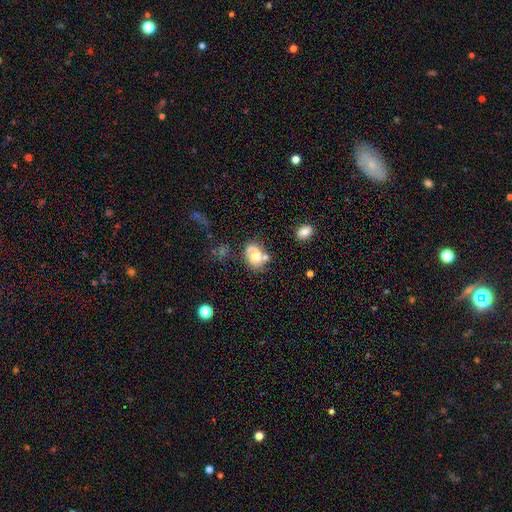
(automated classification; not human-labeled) smooth-or-featured: smooth: 47% | featured or disk: 43% | star or artifact: 10%
  merging: none: 47% | minor disturbance: 21% | merger: 18% | major disturbance: 13%